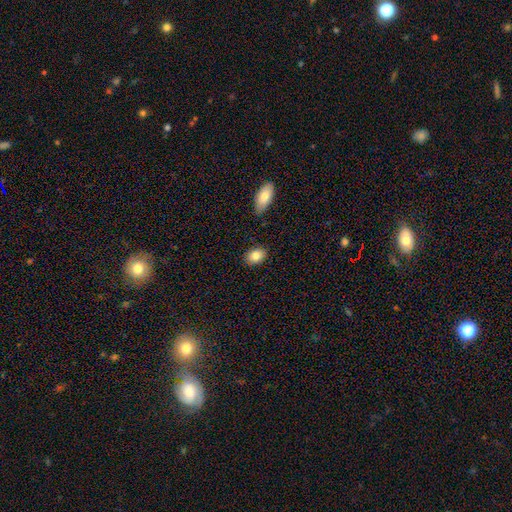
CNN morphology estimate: Overall: smooth (83%). How rounded: in between (80%). Merging: none (85%).